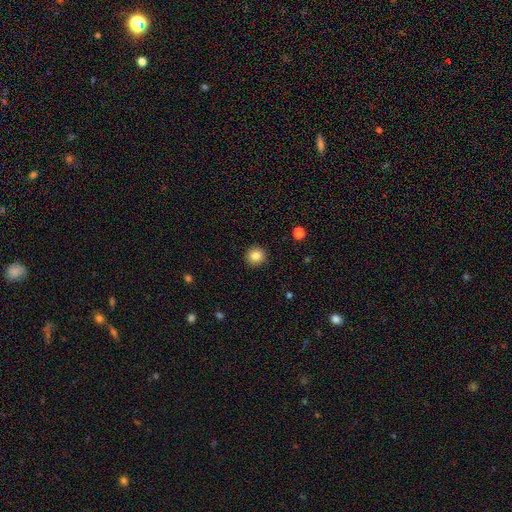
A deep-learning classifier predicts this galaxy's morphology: Smooth or featured: smooth — 85% (star or artifact — 10%)
How rounded: round — 93% (in between — 6%)
Merging: none — 92% (minor disturbance — 5%)